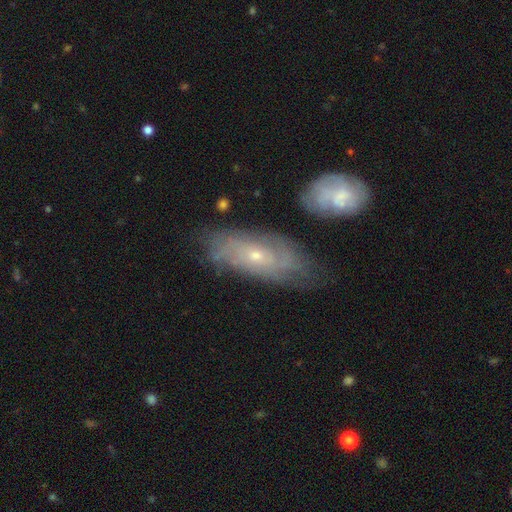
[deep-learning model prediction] Smooth or featured: featured or disk — 66% (smooth — 25%)
Edge-on disk: no — 87% (yes — 13%)
Bar: no — 80% (weak — 17%)
Spiral arms: yes — 77% (no — 23%)
Bulge size: small — 69% (moderate — 28%)
Merging: none — 63% (minor disturbance — 23%)